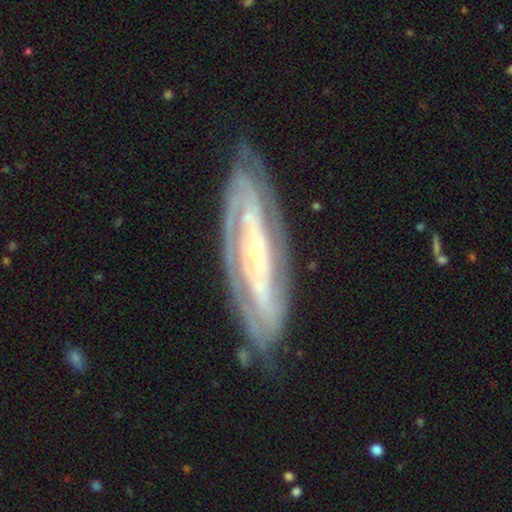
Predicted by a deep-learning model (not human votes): Q: Smooth or featured?
A: featured or disk (87%); runner-up: smooth (8%)
Q: Edge-on disk?
A: no (85%); runner-up: yes (15%)
Q: Bar?
A: no (54%); runner-up: strong (23%)
Q: Spiral arms?
A: yes (94%); runner-up: no (6%)
Q: Spiral winding?
A: tight (74%); runner-up: medium (21%)
Q: Spiral arm count?
A: 2 (37%); runner-up: can't tell (32%)
Q: Bulge size?
A: small (76%); runner-up: moderate (20%)
Q: Merging?
A: none (79%); runner-up: minor disturbance (15%)